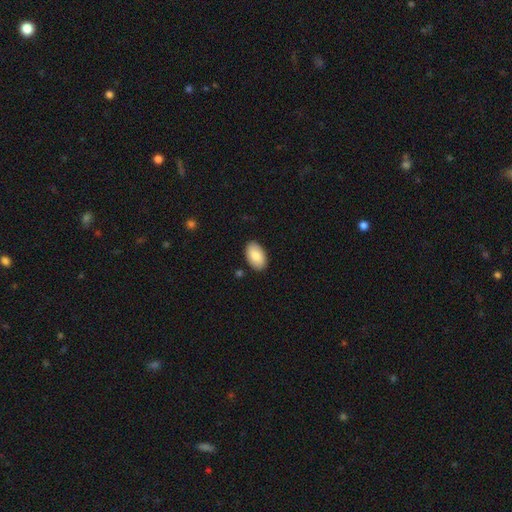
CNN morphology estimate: type=smooth (84%); roundness=in between (95%); merging=none (88%).